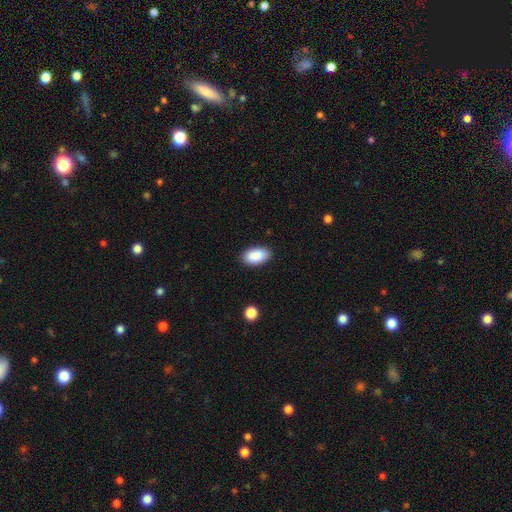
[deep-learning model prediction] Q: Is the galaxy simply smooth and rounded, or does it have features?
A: smooth — 90%.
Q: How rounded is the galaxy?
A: in between — 95%.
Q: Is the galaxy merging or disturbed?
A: none — 88%.